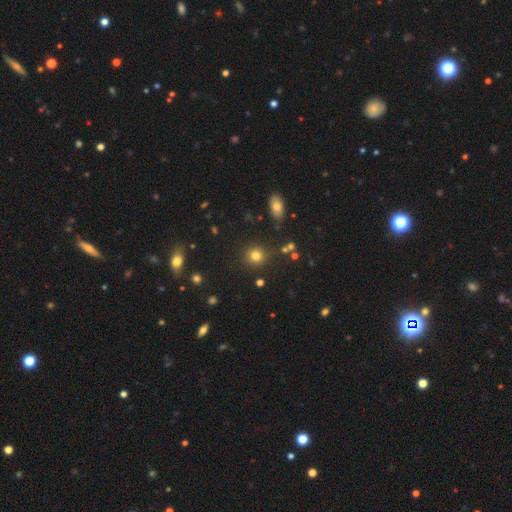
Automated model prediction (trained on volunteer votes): Overall: smooth (79%). How rounded: round (89%). Merging: none (86%).